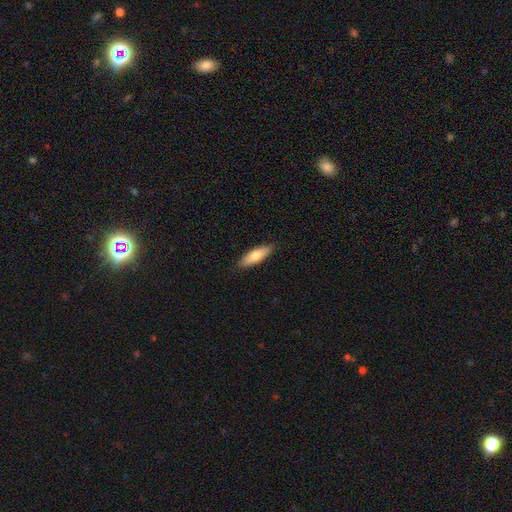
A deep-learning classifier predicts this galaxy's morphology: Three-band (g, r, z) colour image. It shows a smooth galaxy with no disk features (70%) that is in between round and cigar-shaped (49%, tied with cigar-shaped). Merging: none (88%).